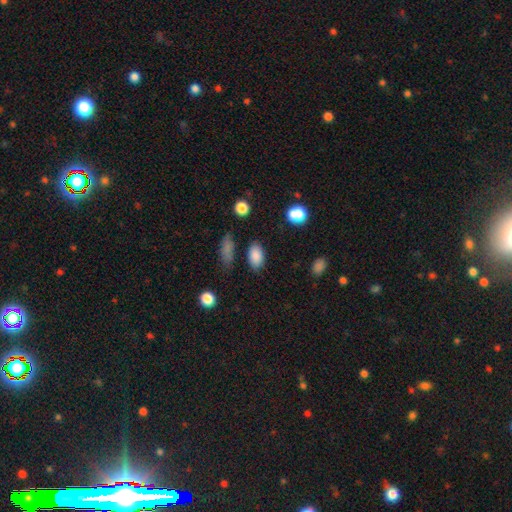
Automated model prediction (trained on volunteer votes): Smooth or featured? Predicted: smooth (p=0.86). How rounded? Predicted: in between (p=0.91). Merging? Predicted: none (p=0.81).